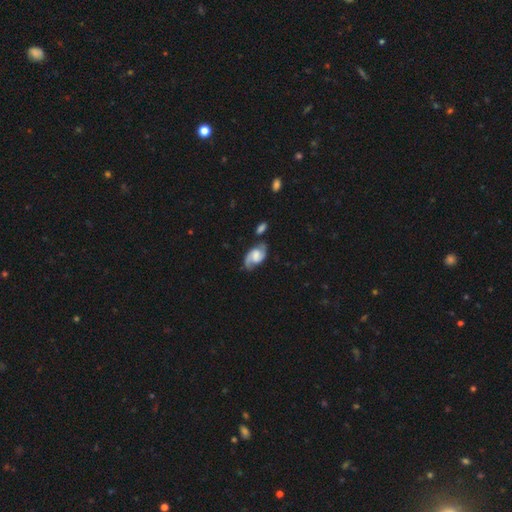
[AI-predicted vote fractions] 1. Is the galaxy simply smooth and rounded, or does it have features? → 79% featured or disk, 15% smooth, 6% star or artifact.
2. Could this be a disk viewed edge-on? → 97% no, 3% yes.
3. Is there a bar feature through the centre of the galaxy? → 45% weak, 41% no, 14% strong.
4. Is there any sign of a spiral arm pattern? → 96% yes, 4% no.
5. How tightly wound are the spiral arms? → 50% medium, 29% loose, 22% tight.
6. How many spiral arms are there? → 90% 2, 4% 1, 4% can't tell, 1% 3, 1% 4, 1% more than 4.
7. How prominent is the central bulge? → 30% none, 27% moderate, 22% large, 19% small, 3% dominant.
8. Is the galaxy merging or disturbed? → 65% none, 19% minor disturbance, 9% merger, 7% major disturbance.